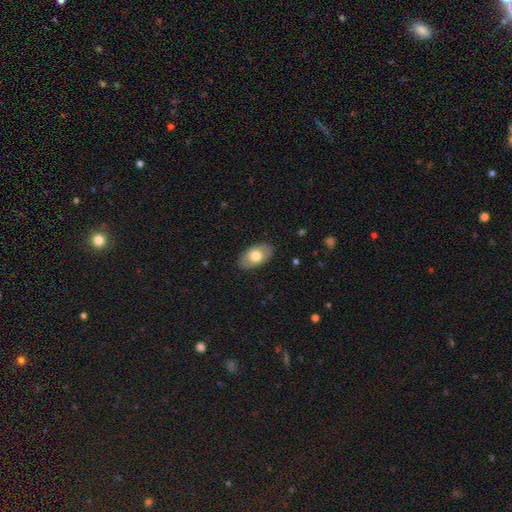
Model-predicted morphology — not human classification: smooth-or-featured: smooth: 65% | featured or disk: 29% | star or artifact: 6%
  how-rounded: in between: 92% | round: 6% | cigar-shaped: 2%
  merging: none: 84% | minor disturbance: 12% | major disturbance: 3% | merger: 1%